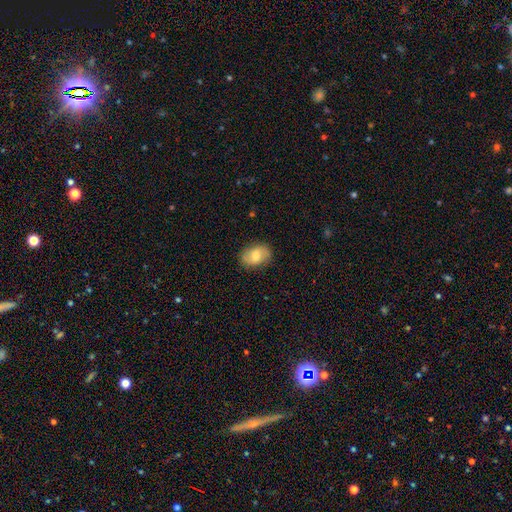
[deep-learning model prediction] A smooth galaxy with no disk features (66%) that is in between round and cigar-shaped (77%).

Vote fractions:
- Smooth or featured? smooth: 66% / featured or disk: 27% / star or artifact: 8%
- How rounded? in between: 77% / round: 22% / cigar-shaped: 1%
- Merging? none: 83% / minor disturbance: 13% / major disturbance: 3% / merger: 1%